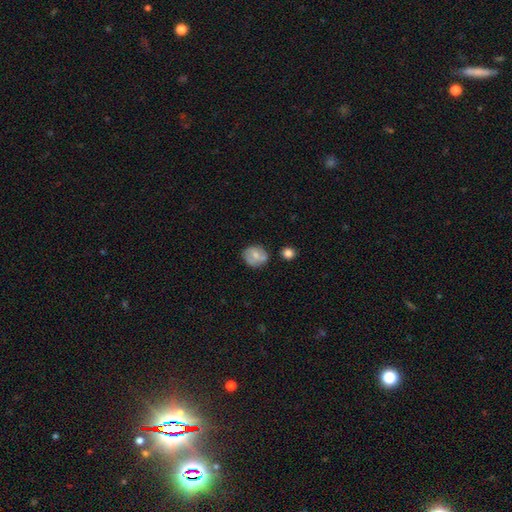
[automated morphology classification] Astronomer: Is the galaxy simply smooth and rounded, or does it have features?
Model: smooth — 58% (runner-up: featured or disk, 34%).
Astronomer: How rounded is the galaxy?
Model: round — 74%.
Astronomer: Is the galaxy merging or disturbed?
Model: none — 66%.